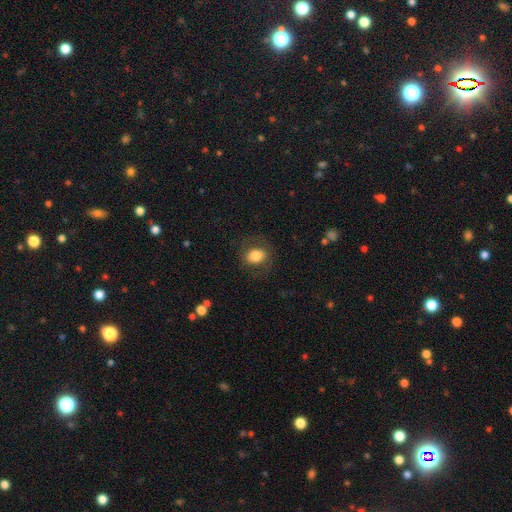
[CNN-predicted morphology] A smooth galaxy with no disk features (76%) that is in between round and cigar-shaped (54%).

Vote fractions:
- Smooth or featured? smooth: 76% / featured or disk: 16% / star or artifact: 8%
- How rounded? in between: 54% / round: 45% / cigar-shaped: 1%
- Merging? none: 76% / minor disturbance: 14% / major disturbance: 9% / merger: 1%